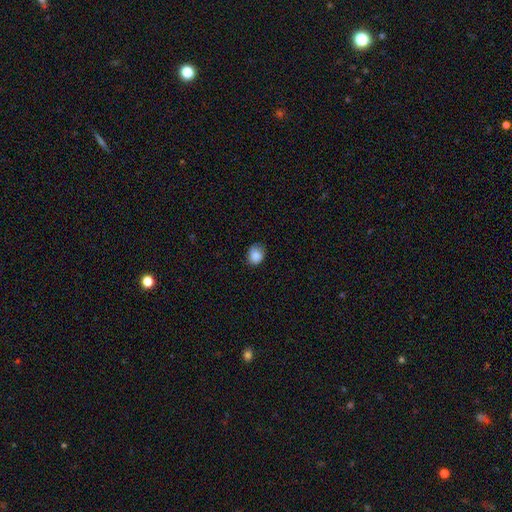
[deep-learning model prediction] This is clearly a smooth galaxy (86%). How rounded: possibly round (59%). Merging: likely none (71%).